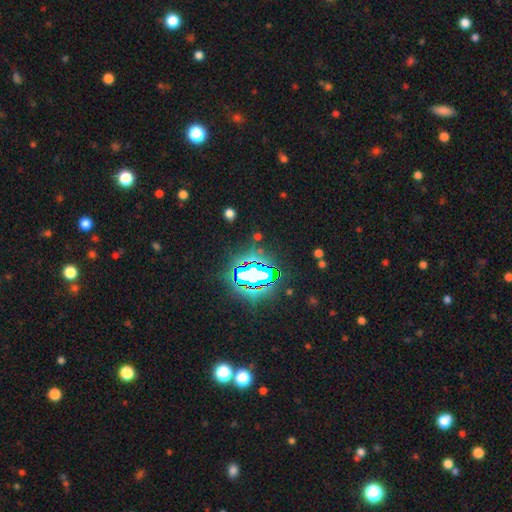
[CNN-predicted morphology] A star or artifact, not a galaxy (82%).